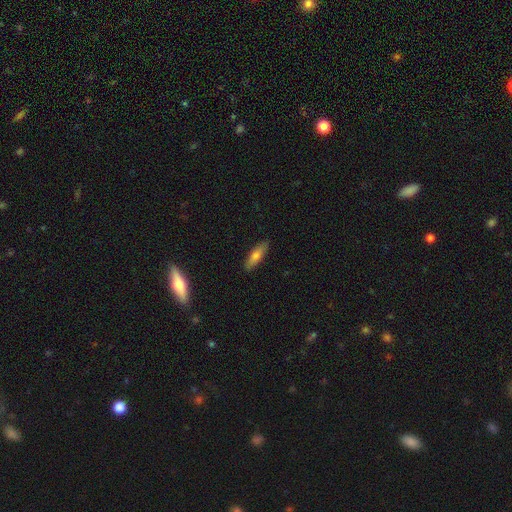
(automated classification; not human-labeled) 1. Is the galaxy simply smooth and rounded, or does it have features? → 73% smooth, 20% featured or disk, 6% star or artifact.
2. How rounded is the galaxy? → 54% cigar-shaped, 44% in between, 2% round.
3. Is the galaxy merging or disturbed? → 87% none, 10% minor disturbance, 2% major disturbance, 1% merger.